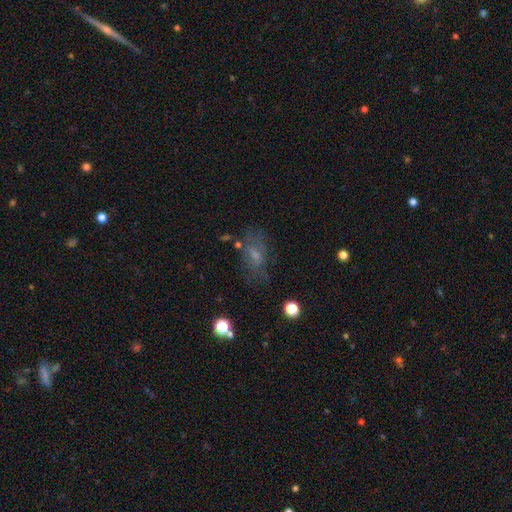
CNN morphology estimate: This appears to be a smooth galaxy with no disk features (46%). Merging: none (58%).